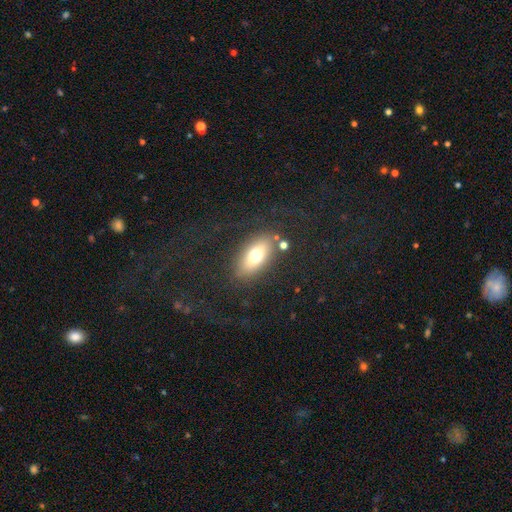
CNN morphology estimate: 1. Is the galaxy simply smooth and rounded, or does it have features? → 69% smooth, 22% featured or disk, 9% star or artifact.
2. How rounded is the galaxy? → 85% in between, 8% cigar-shaped, 6% round.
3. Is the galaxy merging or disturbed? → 80% none, 11% minor disturbance, 5% major disturbance, 3% merger.